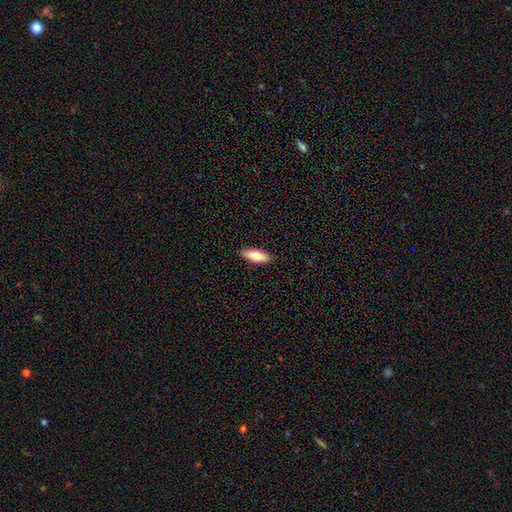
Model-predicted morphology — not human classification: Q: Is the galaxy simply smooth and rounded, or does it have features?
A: smooth — 73%.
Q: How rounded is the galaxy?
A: in between — 72%.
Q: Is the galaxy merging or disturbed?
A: none — 90%.